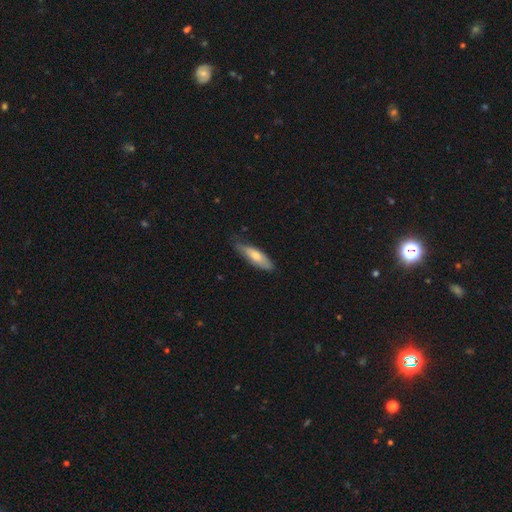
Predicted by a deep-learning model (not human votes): Smooth or featured? smooth (68%)
How rounded? cigar-shaped (55%)
Merging? none (65%)